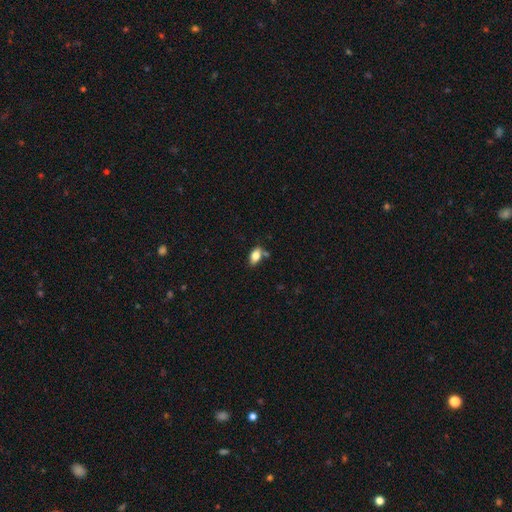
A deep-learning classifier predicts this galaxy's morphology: Q: Smooth or featured?
A: smooth (80%); runner-up: featured or disk (12%)
Q: How rounded?
A: in between (90%); runner-up: round (6%)
Q: Merging?
A: none (68%); runner-up: minor disturbance (16%)